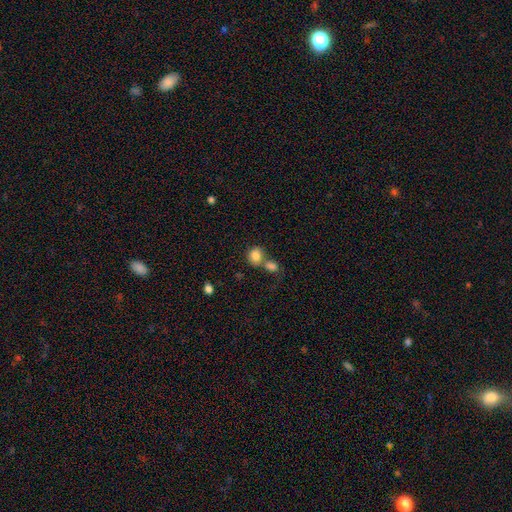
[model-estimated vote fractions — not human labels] Morphology: type=smooth (83%); roundness=round (63%); merging=merger (48%).